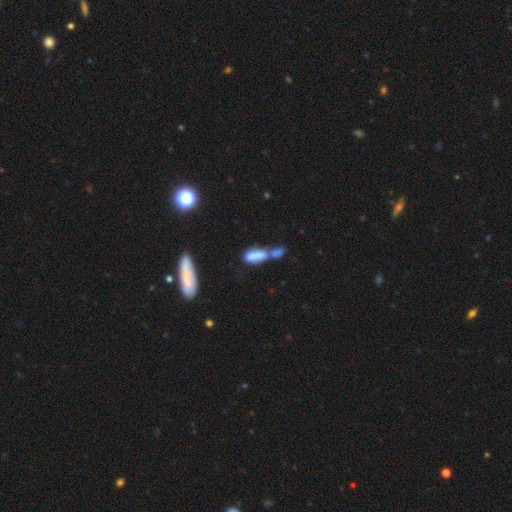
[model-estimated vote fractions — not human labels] The model was most divided on "how rounded": in between: 60%, cigar-shaped: 37%, round: 3%. More confident: smooth or featured — smooth (69%); merging — merger (68%).